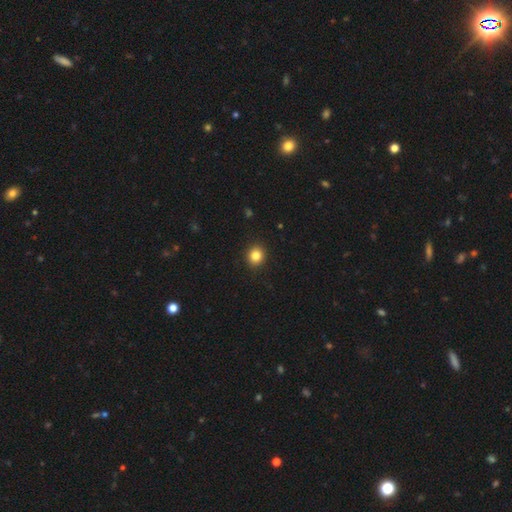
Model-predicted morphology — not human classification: smooth-or-featured: smooth: 84% | star or artifact: 11% | featured or disk: 5%
  how-rounded: round: 83% | in between: 16% | cigar-shaped: 1%
  merging: none: 92% | minor disturbance: 6% | major disturbance: 2% | merger: 1%